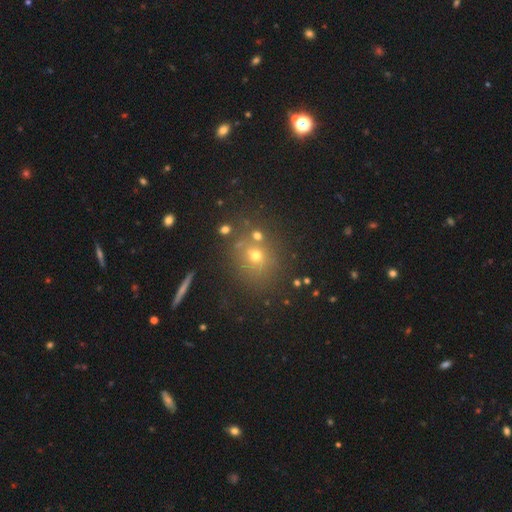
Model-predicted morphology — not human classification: The model was most divided on "smooth or featured": smooth: 61%, star or artifact: 24%, featured or disk: 15%. More confident: how rounded — round (78%); merging — none (72%).